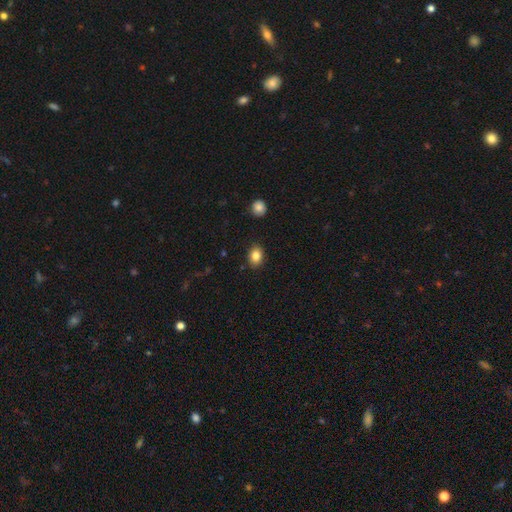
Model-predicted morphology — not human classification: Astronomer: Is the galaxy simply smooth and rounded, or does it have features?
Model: smooth — 85%.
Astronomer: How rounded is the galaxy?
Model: in between — 66%.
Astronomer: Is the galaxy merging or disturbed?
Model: none — 87%.